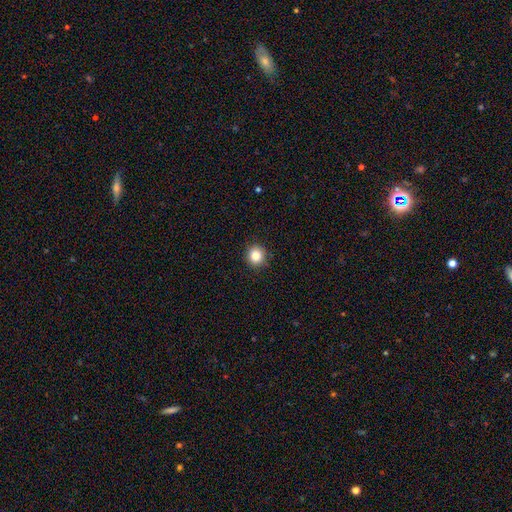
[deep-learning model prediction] Q: Smooth or featured?
A: smooth (86%); runner-up: star or artifact (10%)
Q: How rounded?
A: round (91%); runner-up: in between (8%)
Q: Merging?
A: none (91%); runner-up: minor disturbance (6%)